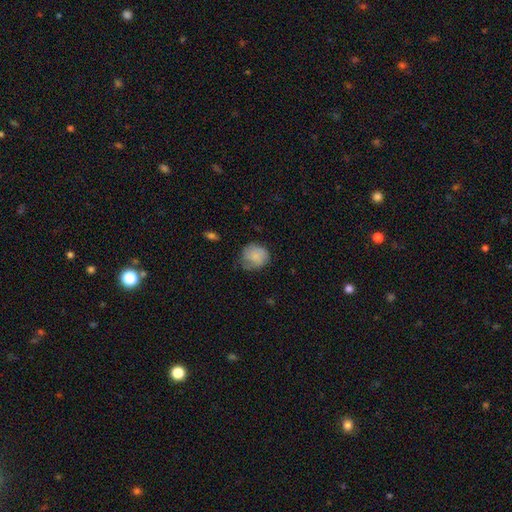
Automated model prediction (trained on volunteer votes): Smooth or featured?
  - smooth: 76% *
  - featured or disk: 16%
  - star or artifact: 8%
How rounded?
  - round: 76% *
  - in between: 23%
  - cigar-shaped: 1%
Merging?
  - none: 55% *
  - minor disturbance: 33%
  - major disturbance: 11%
  - merger: 1%